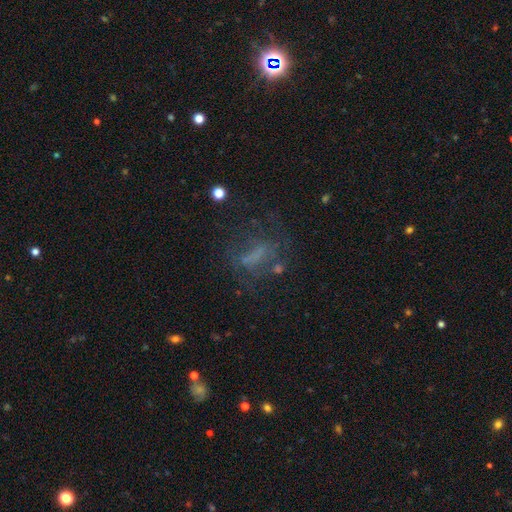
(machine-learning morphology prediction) A smooth galaxy with no disk features (39%). Merging: none (52%).